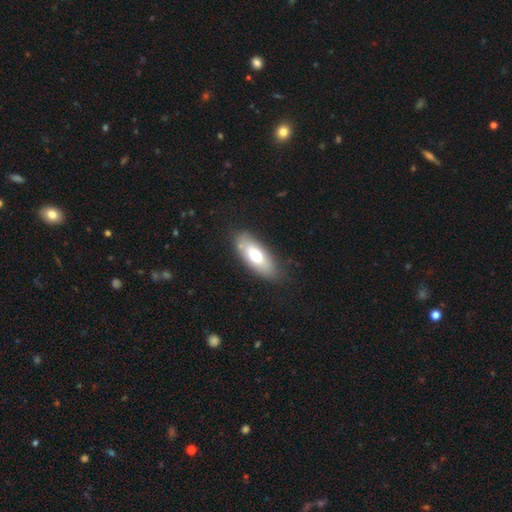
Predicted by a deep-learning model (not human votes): Smooth or featured? smooth (68%)
How rounded? in between (80%)
Merging? none (77%)